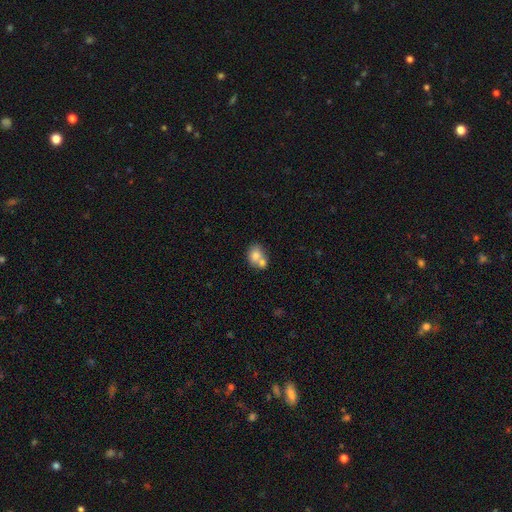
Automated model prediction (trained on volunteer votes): Smooth or featured? smooth (73%)
How rounded? in between (51%)
Merging? merger (52%)